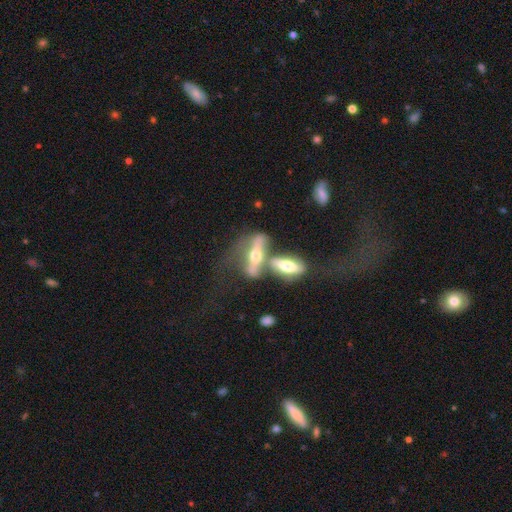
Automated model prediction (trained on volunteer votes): This is likely a featured or disk galaxy (61%). It is likely viewed edge-on (69%). Merging: possibly merger (49%).